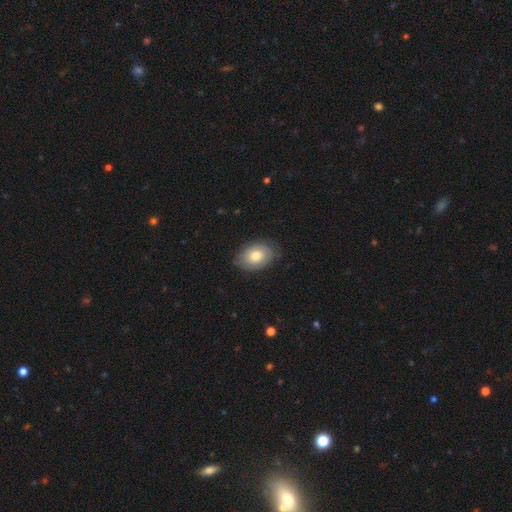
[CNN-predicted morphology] smooth-or-featured: smooth: 73% | featured or disk: 20% | star or artifact: 7%
  how-rounded: in between: 81% | round: 18% | cigar-shaped: 1%
  merging: none: 77% | minor disturbance: 18% | major disturbance: 4% | merger: 1%